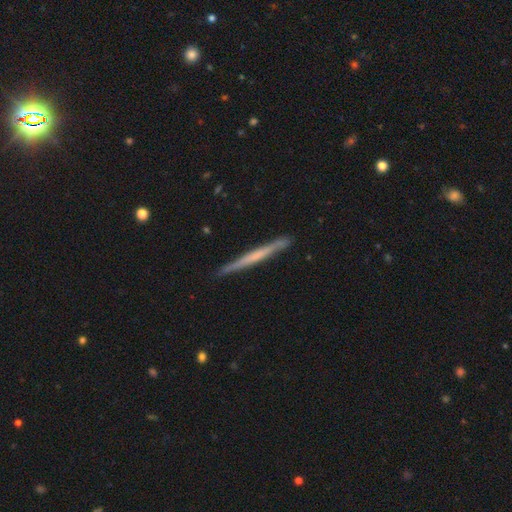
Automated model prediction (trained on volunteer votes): This appears to be a featured or disk galaxy (55%) viewed edge-on (97%) with no central bulge (77%). Merging: none (88%).